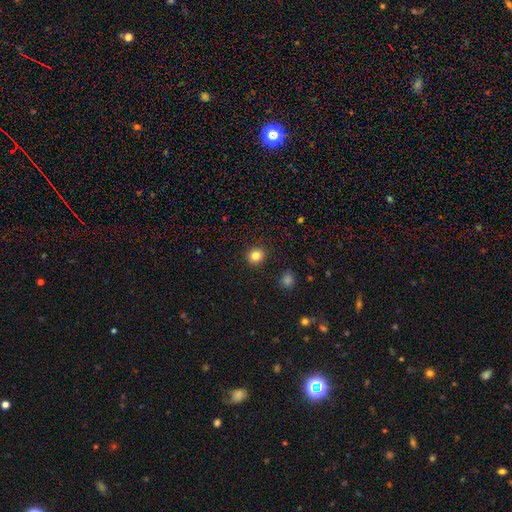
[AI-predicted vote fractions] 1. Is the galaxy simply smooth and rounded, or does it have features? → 84% smooth, 11% star or artifact, 5% featured or disk.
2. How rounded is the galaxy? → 85% round, 14% in between, 1% cigar-shaped.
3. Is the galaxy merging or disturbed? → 91% none, 6% minor disturbance, 2% major disturbance, 1% merger.